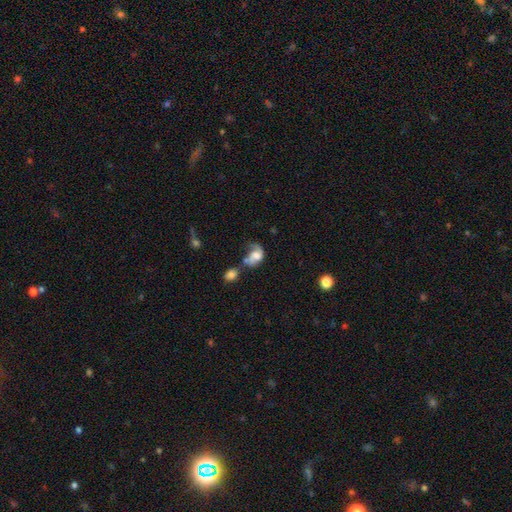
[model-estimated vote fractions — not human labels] smooth-or-featured: smooth: 51% | featured or disk: 39% | star or artifact: 10%
  how-rounded: in between: 70% | round: 28% | cigar-shaped: 2%
  merging: merger: 33% | major disturbance: 32% | none: 18% | minor disturbance: 17%